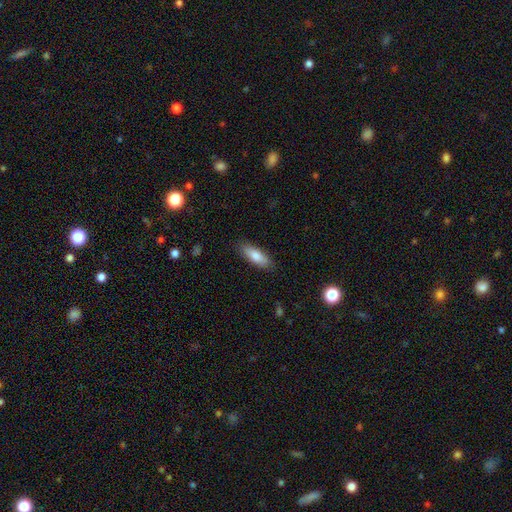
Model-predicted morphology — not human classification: The model was most divided on "how rounded": in between: 58%, cigar-shaped: 40%, round: 2%. More confident: merging — none (86%); smooth or featured — smooth (81%).